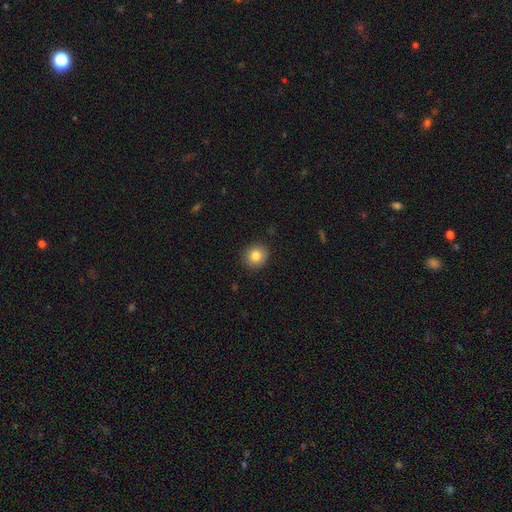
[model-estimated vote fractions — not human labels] Smooth or featured? Predicted: smooth (p=0.83). How rounded? Predicted: round (p=0.84). Merging? Predicted: none (p=0.90).